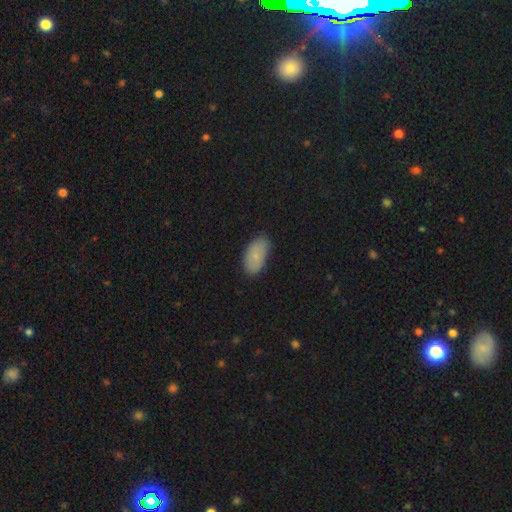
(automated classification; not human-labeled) Overall: smooth (80%). How rounded: in between (94%). Merging: none (80%).